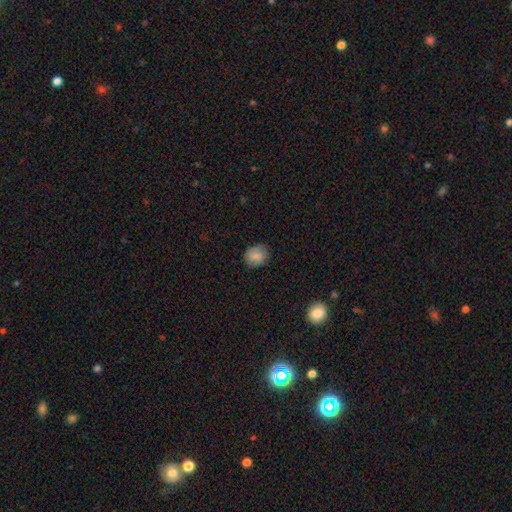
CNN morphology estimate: A smooth galaxy with no disk features (82%) that is round (60%).

Vote fractions:
- Smooth or featured? smooth: 82% / featured or disk: 10% / star or artifact: 8%
- How rounded? round: 60% / in between: 39% / cigar-shaped: 1%
- Merging? none: 77% / minor disturbance: 18% / major disturbance: 4% / merger: 1%